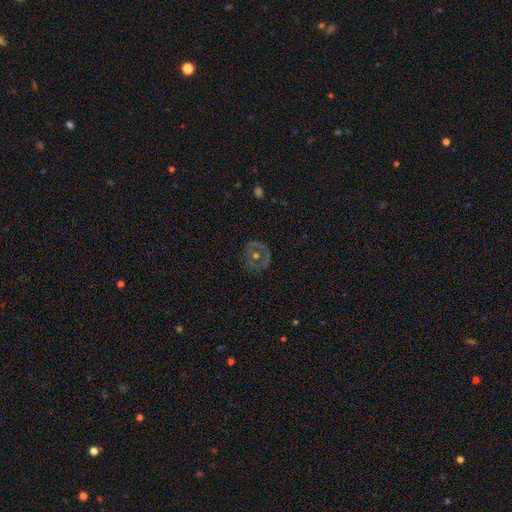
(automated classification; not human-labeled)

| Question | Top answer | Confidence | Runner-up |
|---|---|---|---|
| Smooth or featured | featured or disk | 57% | smooth (32%) |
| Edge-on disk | no | 96% | yes (4%) |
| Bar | no | 82% | weak (13%) |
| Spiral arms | no | 75% | yes (25%) |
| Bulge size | moderate | 61% | small (32%) |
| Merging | none | 76% | minor disturbance (15%) |